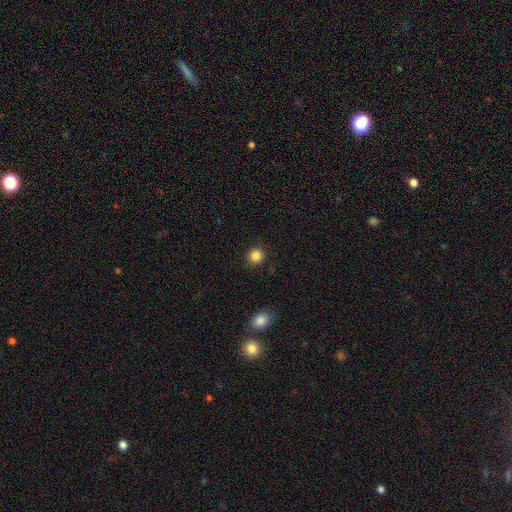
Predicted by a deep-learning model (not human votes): The model was most divided on "smooth or featured": smooth: 86%, star or artifact: 11%, featured or disk: 3%. More confident: merging — none (91%); how rounded — round (90%).